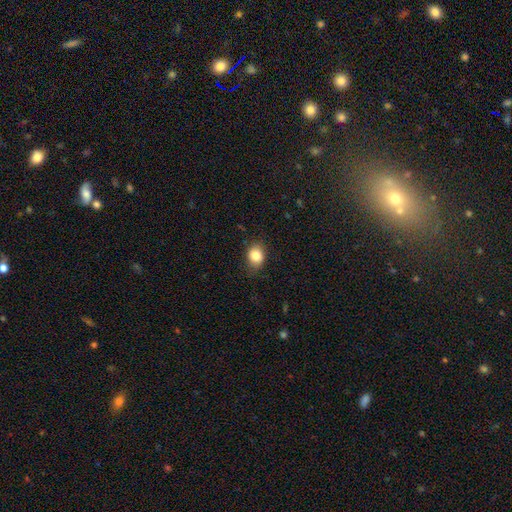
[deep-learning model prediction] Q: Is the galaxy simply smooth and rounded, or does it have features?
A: smooth — 84%.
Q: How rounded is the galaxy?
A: in between — 50%.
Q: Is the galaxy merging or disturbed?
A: none — 78%.